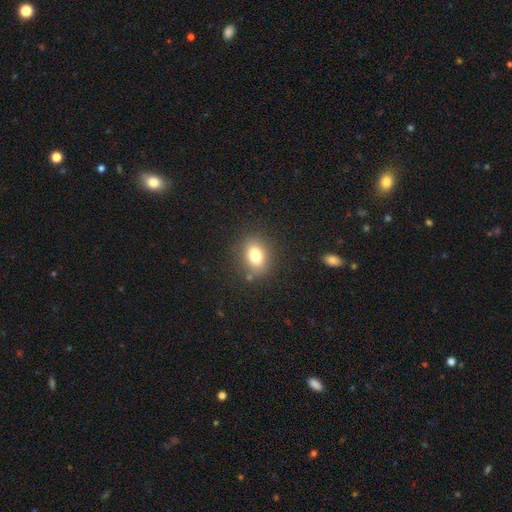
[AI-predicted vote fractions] A smooth galaxy with no disk features (79%) that is in between round and cigar-shaped (64%).

Vote fractions:
- Smooth or featured? smooth: 79% / star or artifact: 11% / featured or disk: 10%
- How rounded? in between: 64% / round: 34% / cigar-shaped: 2%
- Merging? none: 83% / minor disturbance: 11% / major disturbance: 4% / merger: 2%